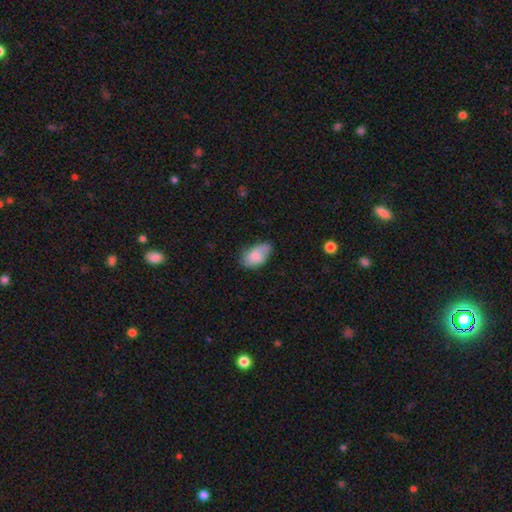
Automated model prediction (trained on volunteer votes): Smooth or featured? Predicted: smooth (p=0.75). How rounded? Predicted: in between (p=0.93). Merging? Predicted: none (p=0.57).